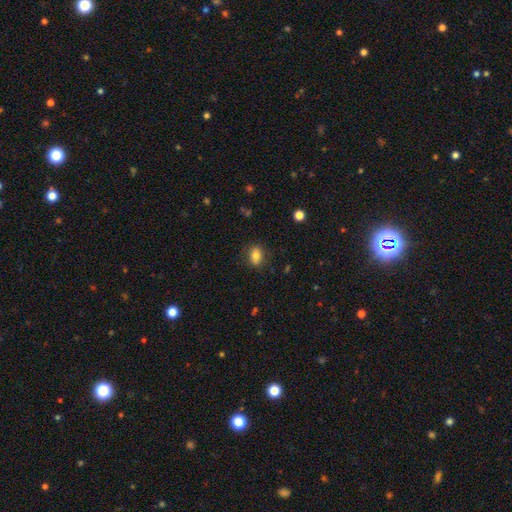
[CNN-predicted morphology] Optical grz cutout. It shows a smooth galaxy with no disk features (81%) that is in between round and cigar-shaped (76%). Merging: none (82%).